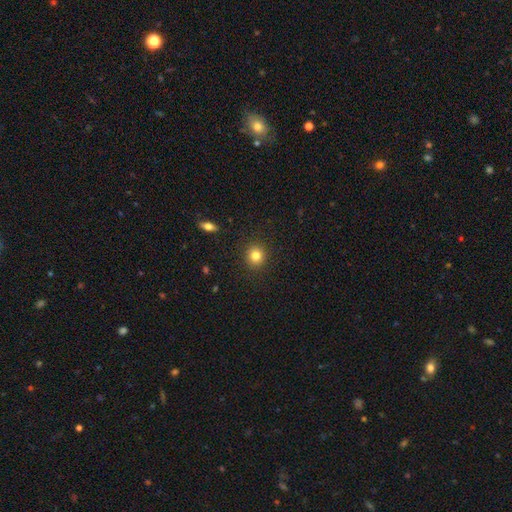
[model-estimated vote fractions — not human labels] A smooth galaxy with no disk features (82%) that is round (90%). Merging: none (91%).